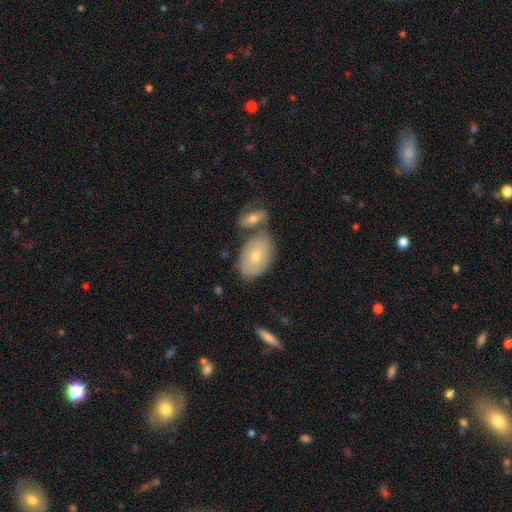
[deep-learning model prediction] The model was most divided on "merging": none: 50%, merger: 31%, minor disturbance: 15%, major disturbance: 5%. More confident: how rounded — in between (88%); smooth or featured — smooth (60%).